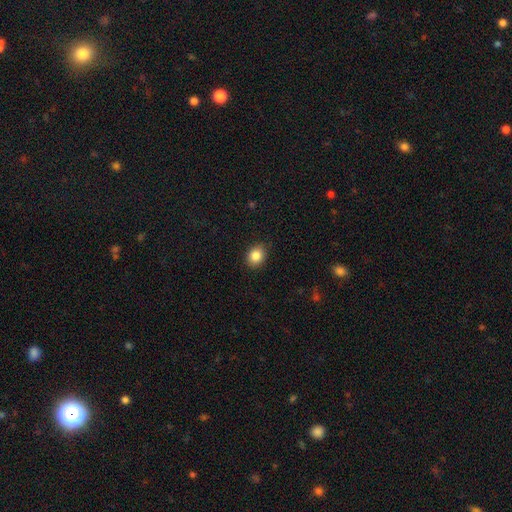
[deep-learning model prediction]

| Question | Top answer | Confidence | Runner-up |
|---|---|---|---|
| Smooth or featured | smooth | 85% | star or artifact (9%) |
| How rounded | round | 59% | in between (40%) |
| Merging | none | 85% | minor disturbance (12%) |